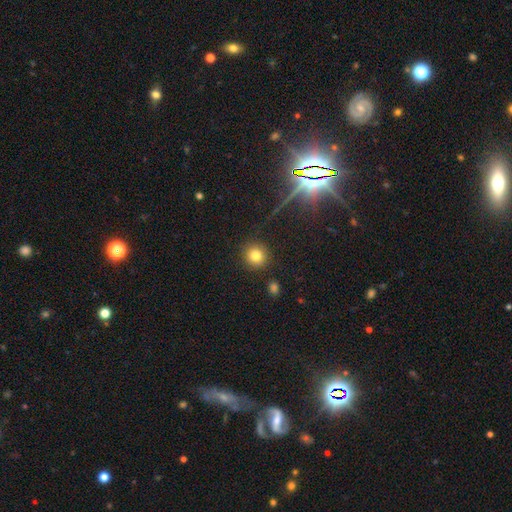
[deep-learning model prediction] Q: Smooth or featured?
A: smooth (79%); runner-up: star or artifact (13%)
Q: How rounded?
A: round (92%); runner-up: in between (7%)
Q: Merging?
A: none (89%); runner-up: minor disturbance (6%)